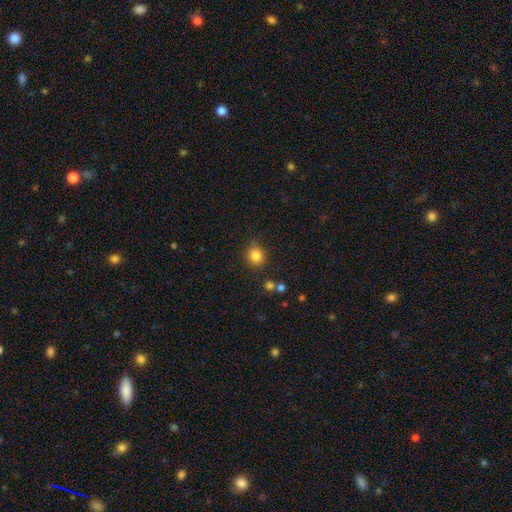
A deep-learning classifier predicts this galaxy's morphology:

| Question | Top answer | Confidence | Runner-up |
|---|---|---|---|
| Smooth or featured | smooth | 84% | star or artifact (11%) |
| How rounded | round | 80% | in between (19%) |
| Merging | none | 81% | minor disturbance (12%) |